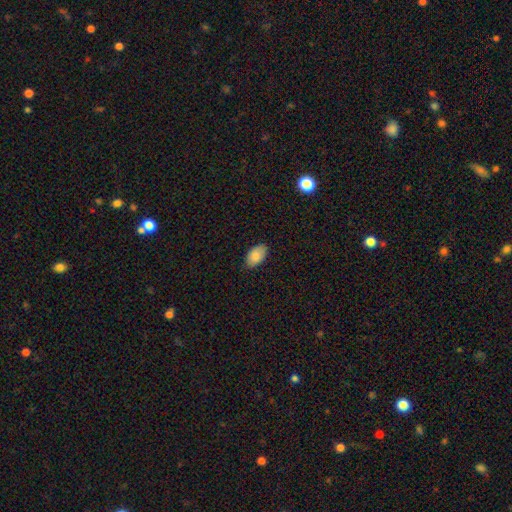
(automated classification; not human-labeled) A smooth galaxy with no disk features (87%) that is in between round and cigar-shaped (94%). Merging: none (84%).